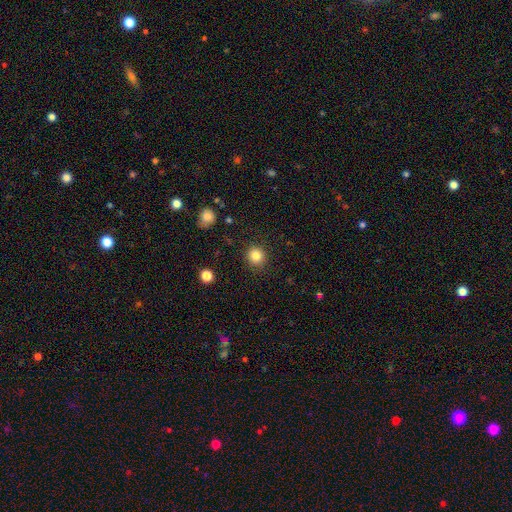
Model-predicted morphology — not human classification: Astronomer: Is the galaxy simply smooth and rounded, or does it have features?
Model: smooth — 83%.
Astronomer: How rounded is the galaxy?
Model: round — 93%.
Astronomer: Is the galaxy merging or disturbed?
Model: none — 89%.